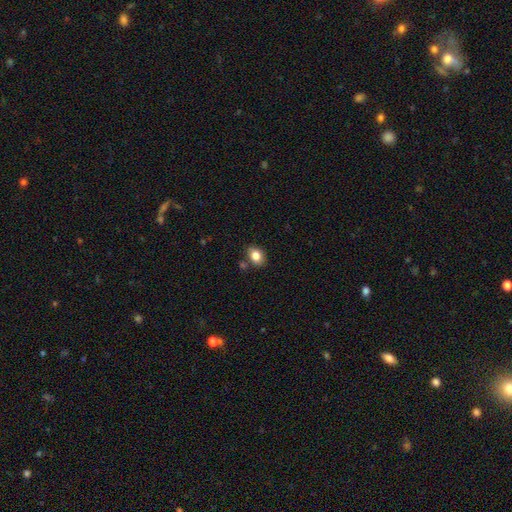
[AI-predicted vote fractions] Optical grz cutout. It shows a smooth galaxy with no disk features (83%) that is in between round and cigar-shaped (65%). Merging: none (79%).